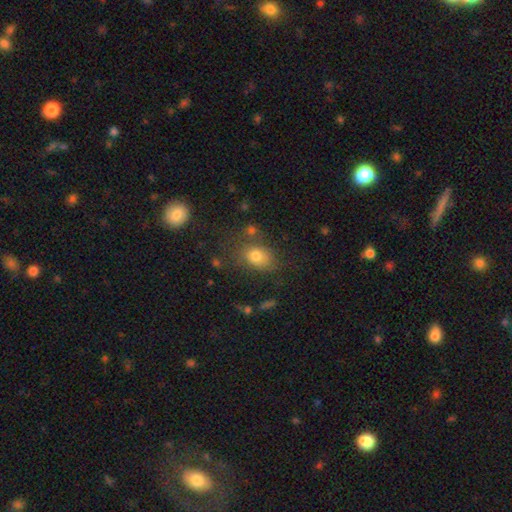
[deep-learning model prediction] Morphology: type=smooth (75%); roundness=in between (64%); merging=none (65%).